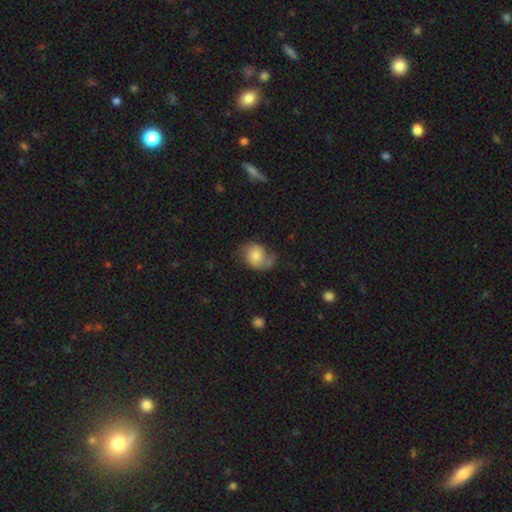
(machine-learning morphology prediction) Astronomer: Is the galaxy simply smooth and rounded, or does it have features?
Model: smooth — 49% (runner-up: featured or disk, 43%).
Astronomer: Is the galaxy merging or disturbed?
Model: none — 56%.